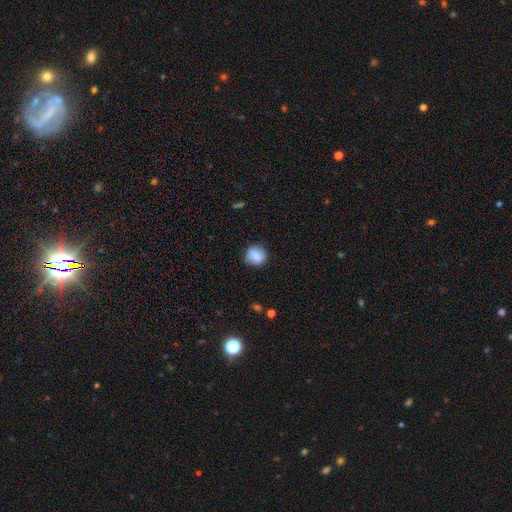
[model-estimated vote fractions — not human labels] A smooth galaxy with no disk features (85%) that is round (81%). Merging: none (76%).